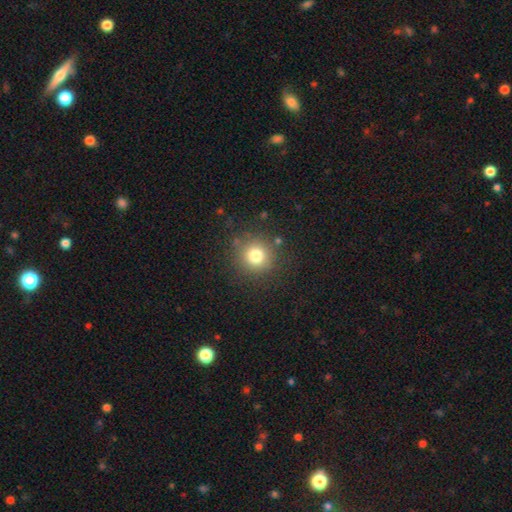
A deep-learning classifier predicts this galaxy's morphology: Overall: smooth (78%). How rounded: round (92%). Merging: none (84%).